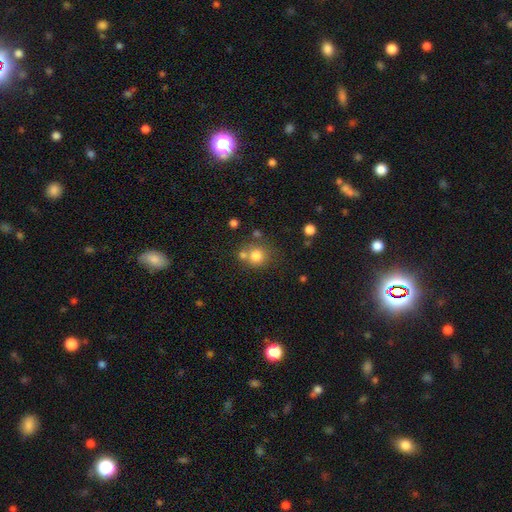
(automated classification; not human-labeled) A smooth galaxy with no disk features (78%) that is round (87%). Merging: none (58%).